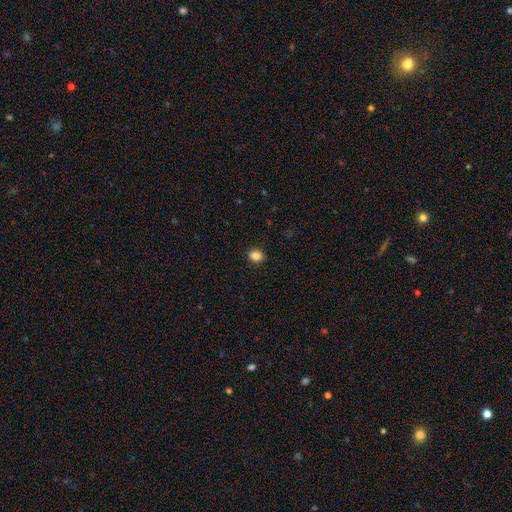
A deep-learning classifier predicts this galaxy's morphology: This appears to be a smooth galaxy with no disk features (86%) that is round (51%). Merging: none (89%).